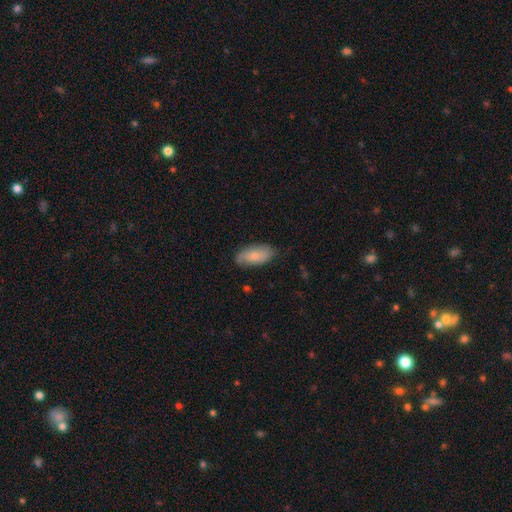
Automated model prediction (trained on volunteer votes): Smooth or featured? smooth (75%)
How rounded? in between (91%)
Merging? none (76%)